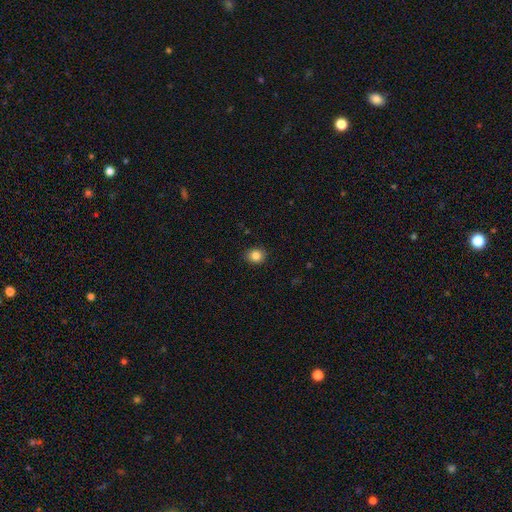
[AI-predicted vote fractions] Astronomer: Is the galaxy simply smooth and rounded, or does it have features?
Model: smooth — 84%.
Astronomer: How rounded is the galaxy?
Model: round — 70%.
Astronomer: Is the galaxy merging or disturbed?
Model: none — 89%.